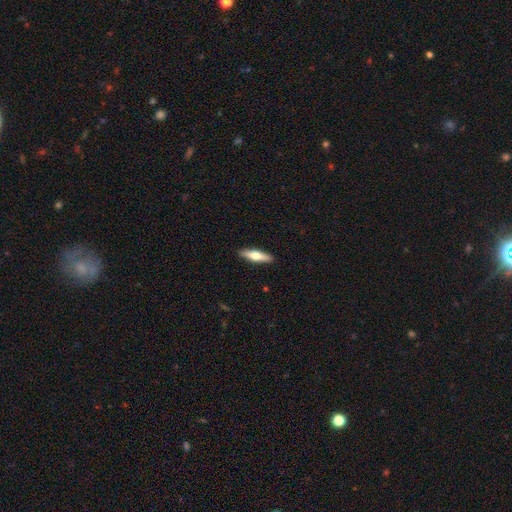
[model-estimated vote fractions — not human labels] Q: Smooth or featured?
A: smooth (50%); runner-up: featured or disk (45%)
Q: How rounded?
A: cigar-shaped (69%); runner-up: in between (29%)
Q: Merging?
A: none (91%); runner-up: minor disturbance (7%)